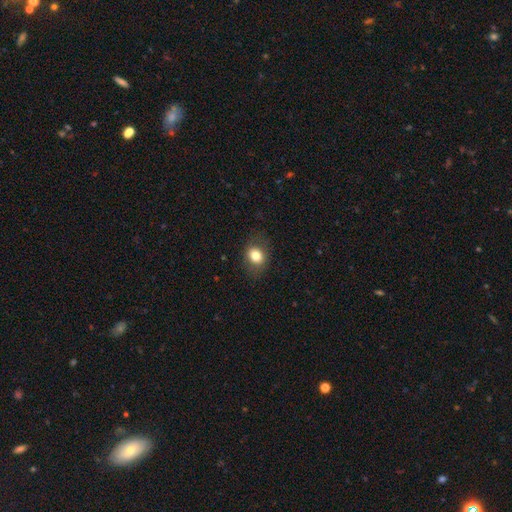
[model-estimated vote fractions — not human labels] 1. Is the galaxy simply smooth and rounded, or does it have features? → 79% smooth, 11% featured or disk, 10% star or artifact.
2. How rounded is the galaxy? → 50% round, 49% in between, 1% cigar-shaped.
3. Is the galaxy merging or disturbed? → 79% none, 14% minor disturbance, 6% major disturbance, 1% merger.